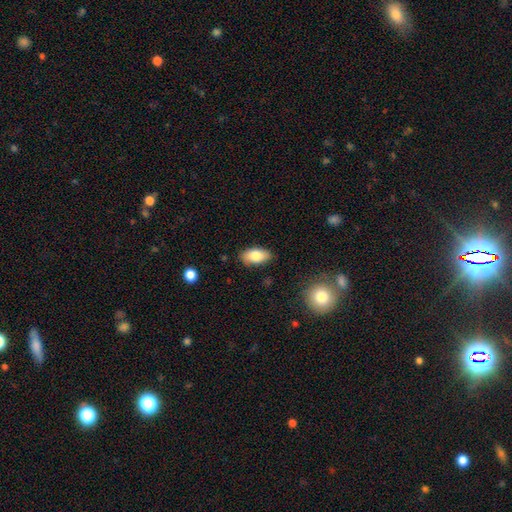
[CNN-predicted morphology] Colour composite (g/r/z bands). It shows a smooth galaxy with no disk features (82%) that is in between round and cigar-shaped (92%). Merging: none (85%).